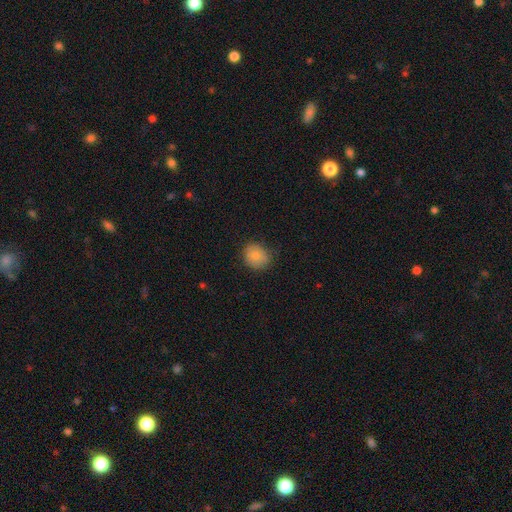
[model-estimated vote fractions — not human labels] The model was most divided on "how rounded": round: 71%, in between: 28%, cigar-shaped: 1%. More confident: smooth or featured — smooth (82%); merging — none (77%).